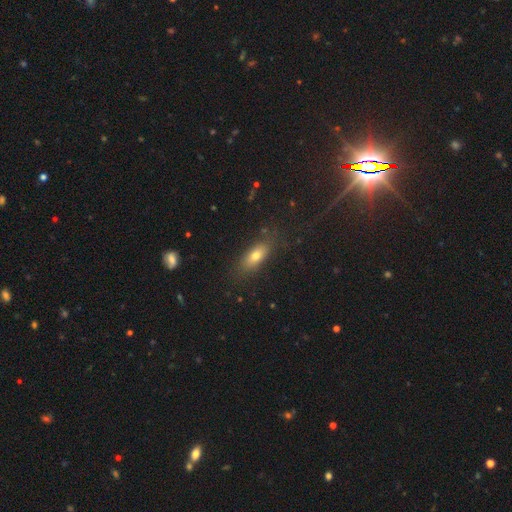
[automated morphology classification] A smooth galaxy with no disk features (67%) that is in between round and cigar-shaped (74%).

Vote fractions:
- Smooth or featured? smooth: 67% / featured or disk: 17% / star or artifact: 15%
- How rounded? in between: 74% / cigar-shaped: 20% / round: 6%
- Merging? none: 80% / minor disturbance: 13% / major disturbance: 5% / merger: 2%